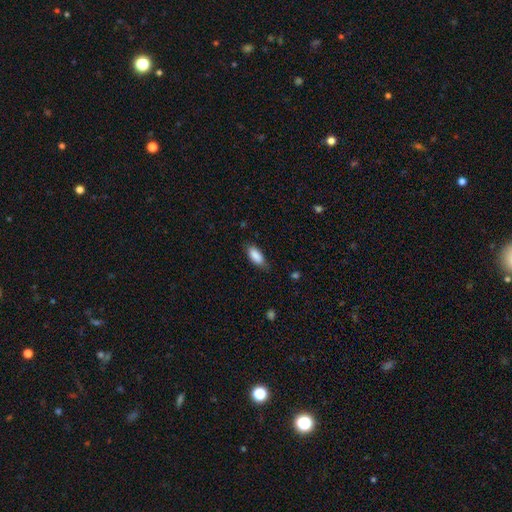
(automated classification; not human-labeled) smooth-or-featured: smooth: 88% | star or artifact: 7% | featured or disk: 5%
  how-rounded: in between: 86% | cigar-shaped: 12% | round: 2%
  merging: none: 75% | minor disturbance: 20% | major disturbance: 4% | merger: 1%